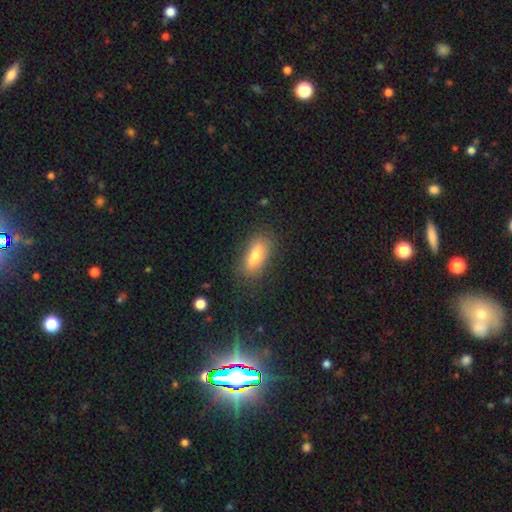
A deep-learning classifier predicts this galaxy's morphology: Smooth or featured: smooth — 76% (featured or disk — 14%)
How rounded: in between — 76% (cigar-shaped — 20%)
Merging: none — 81% (minor disturbance — 13%)